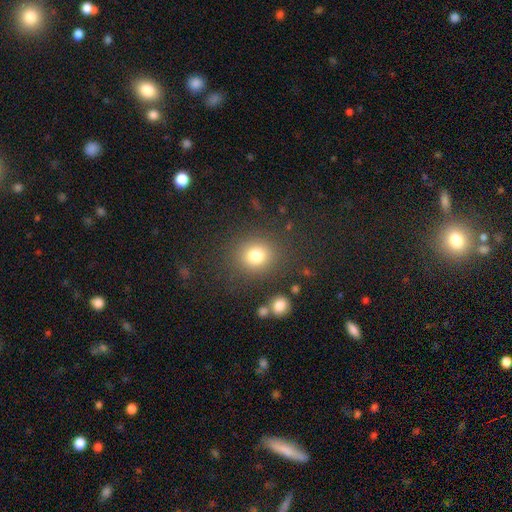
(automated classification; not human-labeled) Smooth or featured: smooth — 79% (star or artifact — 13%)
How rounded: round — 77% (in between — 22%)
Merging: none — 83% (minor disturbance — 9%)